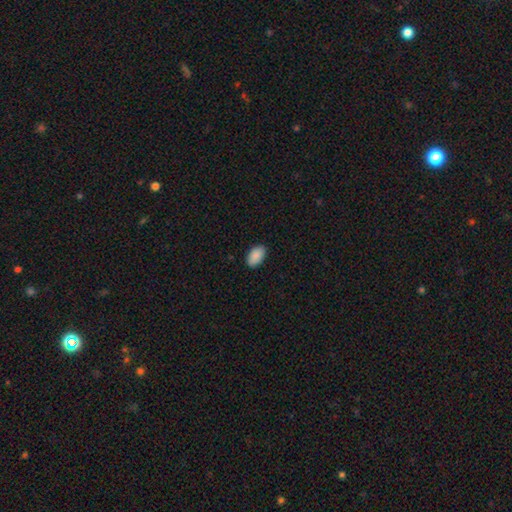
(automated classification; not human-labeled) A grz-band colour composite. It shows a smooth galaxy with no disk features (90%) that is in between round and cigar-shaped (94%). Merging: none (88%).